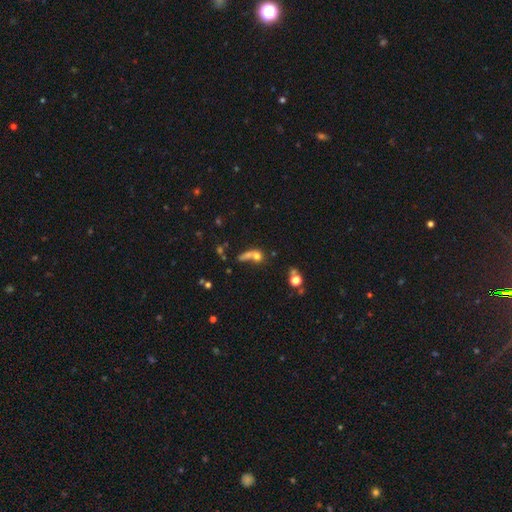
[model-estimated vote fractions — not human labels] A smooth galaxy with no disk features (63%) that is round (50%). Merging: merger (44%).